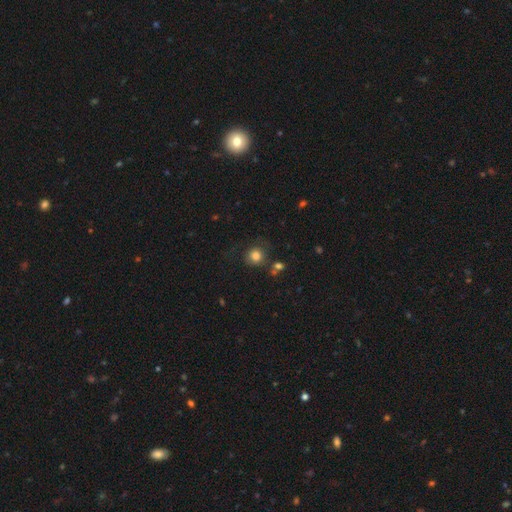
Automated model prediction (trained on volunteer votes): Smooth or featured: smooth — 82% (star or artifact — 11%)
How rounded: round — 88% (in between — 11%)
Merging: none — 71% (minor disturbance — 15%)